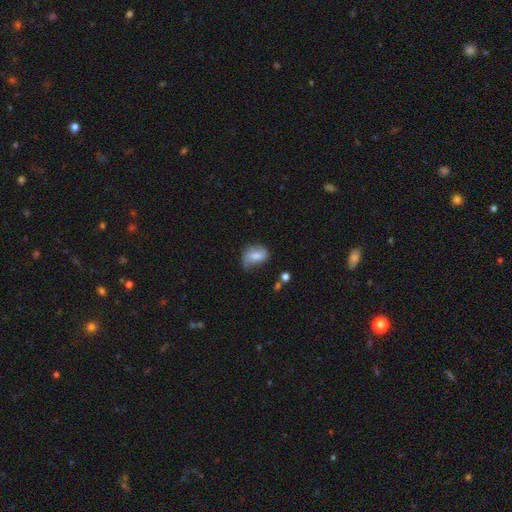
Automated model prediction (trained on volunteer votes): Smooth or featured?
  - smooth: 62% *
  - featured or disk: 29%
  - star or artifact: 9%
How rounded?
  - in between: 77% *
  - round: 21%
  - cigar-shaped: 2%
Merging?
  - none: 44% *
  - minor disturbance: 37%
  - major disturbance: 16%
  - merger: 4%